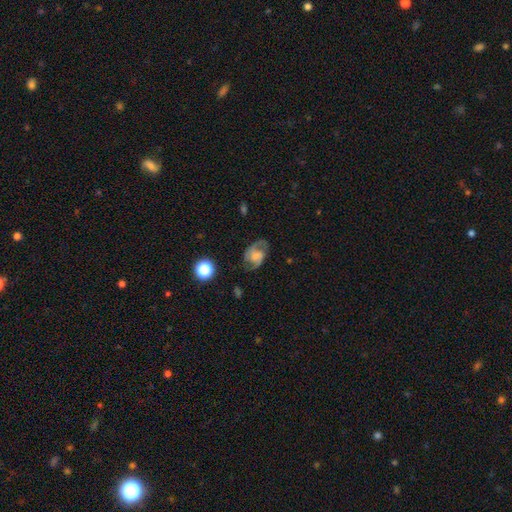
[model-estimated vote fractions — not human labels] This appears to be a featured or disk galaxy (72%) with no bar (58%), 2 (84%) medium (51%) spiral arms (91%) and no central bulge (35%). Merging: none (65%).